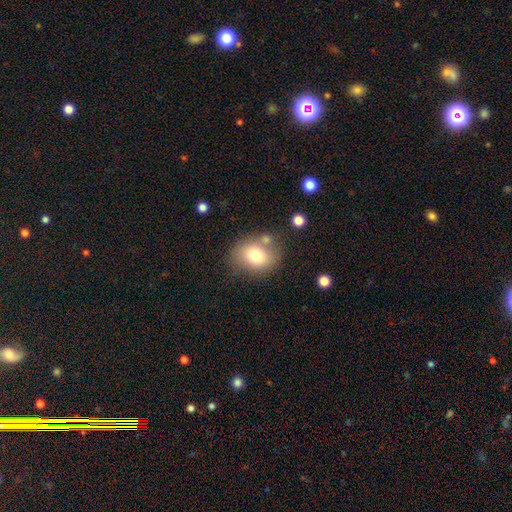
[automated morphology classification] A smooth galaxy with no disk features (74%) that is in between round and cigar-shaped (54%). Merging: none (65%).